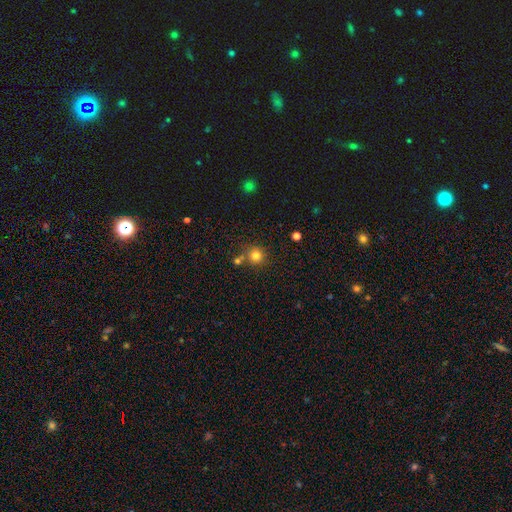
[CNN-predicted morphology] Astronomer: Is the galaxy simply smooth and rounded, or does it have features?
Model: smooth — 81%.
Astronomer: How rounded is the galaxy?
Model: round — 93%.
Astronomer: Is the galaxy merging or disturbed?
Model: none — 71%.